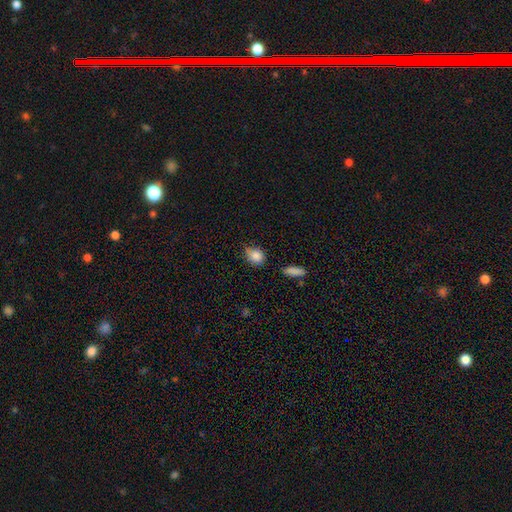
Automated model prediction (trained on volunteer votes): This appears to be a smooth galaxy with no disk features (84%) that is in between round and cigar-shaped (49%). Merging: none (55%).